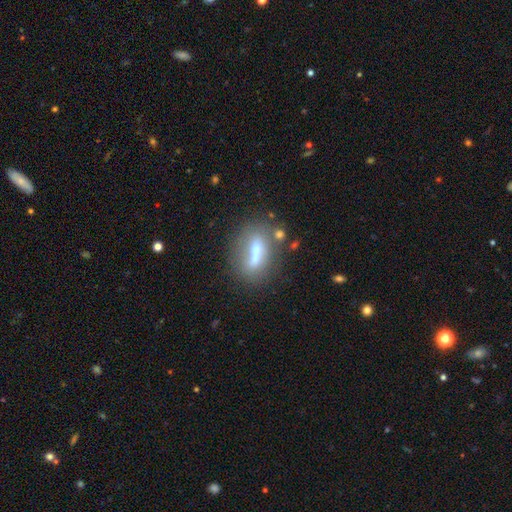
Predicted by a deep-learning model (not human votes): Morphology: type=smooth (50%); roundness=in between (54%); merging=none (52%).